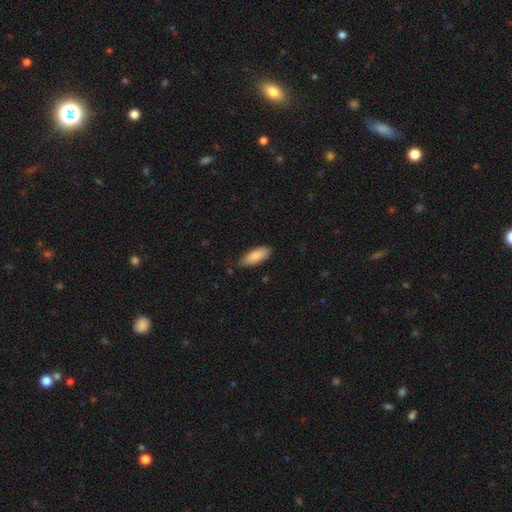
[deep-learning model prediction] Morphology: type=smooth (87%); roundness=in between (77%); merging=none (77%).